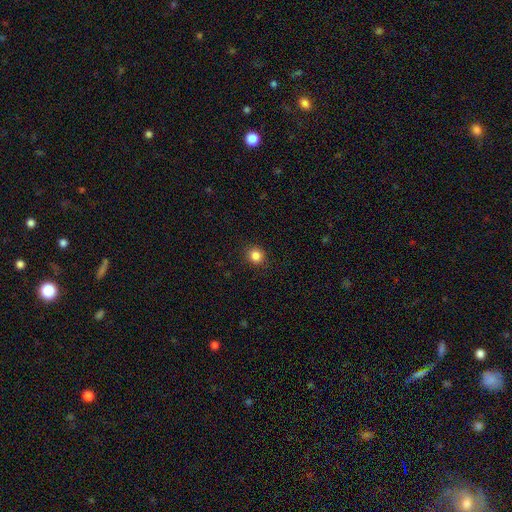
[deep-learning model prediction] Smooth or featured?
  - smooth: 85% *
  - star or artifact: 11%
  - featured or disk: 4%
How rounded?
  - round: 87% *
  - in between: 12%
  - cigar-shaped: 1%
Merging?
  - none: 90% *
  - minor disturbance: 6%
  - major disturbance: 2%
  - merger: 1%